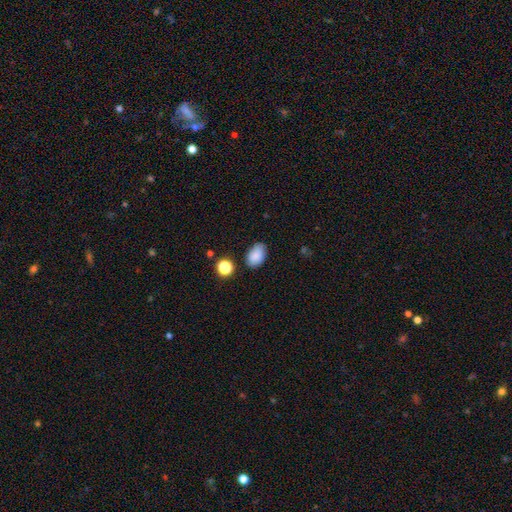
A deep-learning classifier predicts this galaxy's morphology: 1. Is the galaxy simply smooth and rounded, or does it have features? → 85% smooth, 9% star or artifact, 6% featured or disk.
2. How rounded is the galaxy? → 87% in between, 11% round, 1% cigar-shaped.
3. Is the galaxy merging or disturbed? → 75% none, 18% minor disturbance, 3% major disturbance, 3% merger.